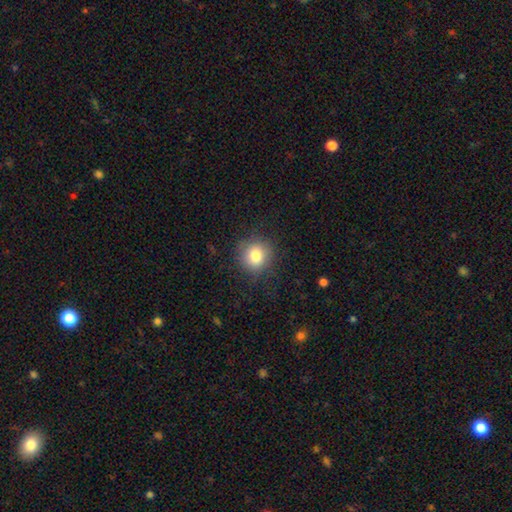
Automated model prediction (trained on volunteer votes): Smooth or featured?
  - smooth: 80% *
  - star or artifact: 11%
  - featured or disk: 9%
How rounded?
  - round: 89% *
  - in between: 10%
  - cigar-shaped: 1%
Merging?
  - none: 84% *
  - minor disturbance: 11%
  - major disturbance: 4%
  - merger: 1%